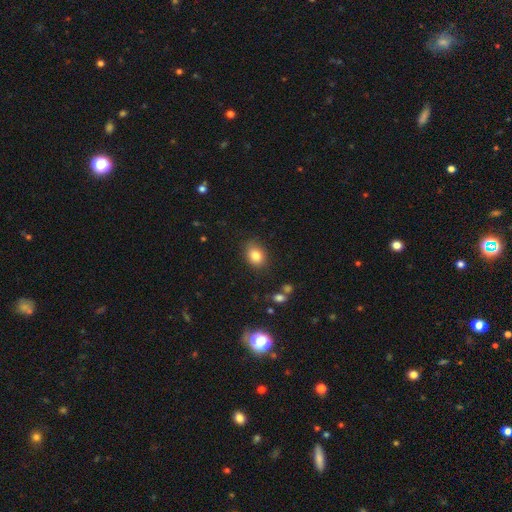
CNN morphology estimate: This is clearly a smooth galaxy (83%). How rounded: possibly in between (60%). Merging: clearly none (81%).